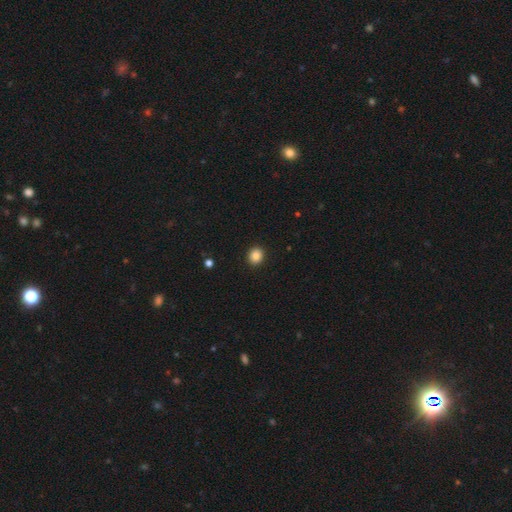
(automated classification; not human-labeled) This appears to be a smooth galaxy with no disk features (86%) that is round (80%). Merging: none (92%).